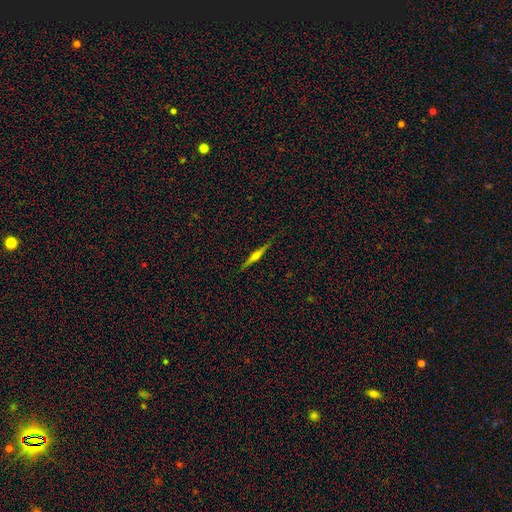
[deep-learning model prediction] Morphology: type=featured or disk (71%); edge-on=yes (98%); edge-on bulge=rounded (86%); merging=none (90%).